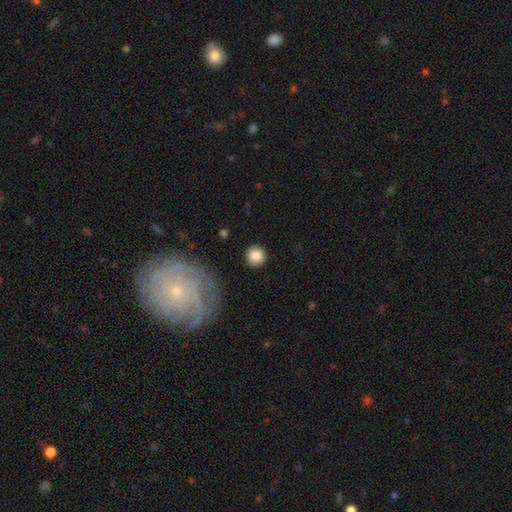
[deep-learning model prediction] smooth-or-featured: smooth: 87% | star or artifact: 8% | featured or disk: 6%
  how-rounded: round: 93% | in between: 6% | cigar-shaped: 1%
  merging: none: 88% | minor disturbance: 7% | major disturbance: 3% | merger: 2%